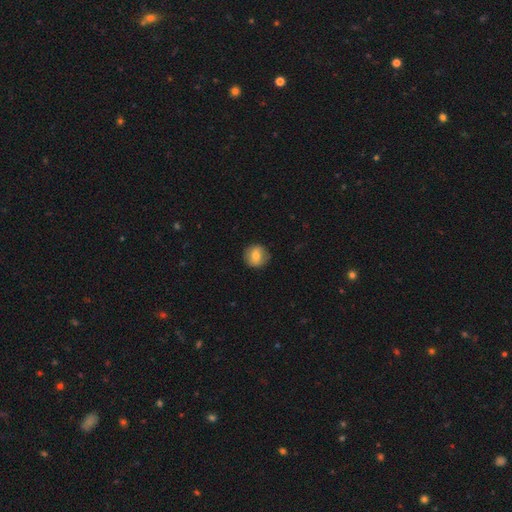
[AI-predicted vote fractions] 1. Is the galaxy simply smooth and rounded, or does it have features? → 72% smooth, 19% featured or disk, 8% star or artifact.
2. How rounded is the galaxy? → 91% round, 8% in between, 1% cigar-shaped.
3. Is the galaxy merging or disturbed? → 87% none, 10% minor disturbance, 2% major disturbance, 1% merger.